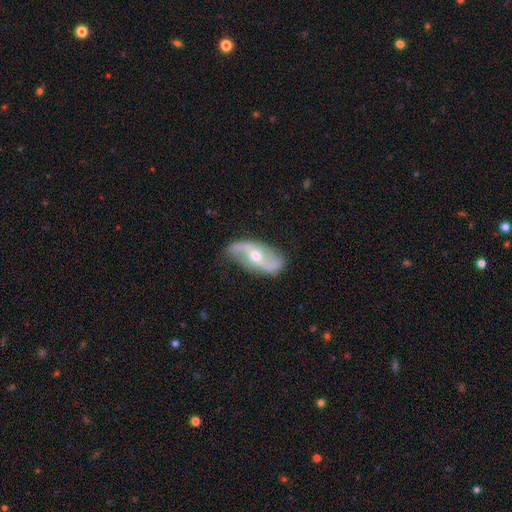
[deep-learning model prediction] Smooth or featured: featured or disk — 84% (smooth — 11%)
Edge-on disk: no — 94% (yes — 6%)
Bar: no — 46% (weak — 34%)
Spiral arms: yes — 93% (no — 7%)
Spiral winding: loose — 70% (medium — 22%)
Spiral arm count: 2 — 92% (can't tell — 3%)
Bulge size: moderate — 55% (small — 42%)
Merging: none — 75% (minor disturbance — 18%)